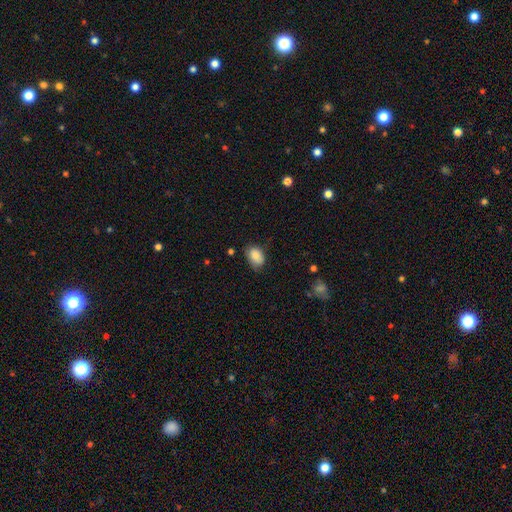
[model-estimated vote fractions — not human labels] This is clearly a smooth galaxy (85%). How rounded: clearly in between (81%). Merging: likely none (61%).